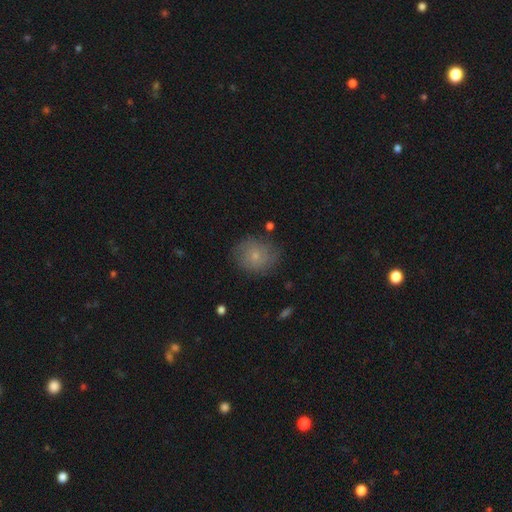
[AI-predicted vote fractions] A smooth galaxy with no disk features (60%) that is round (71%). Merging: none (74%).